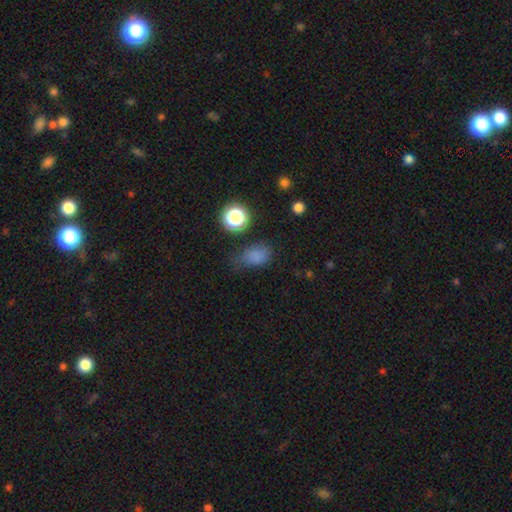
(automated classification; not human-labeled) smooth_or_featured: smooth (p=0.76) [alt: star or artifact p=0.18]
how_rounded: in between (p=0.75) [alt: round p=0.23]
merging: none (p=0.54) [alt: minor disturbance p=0.30]